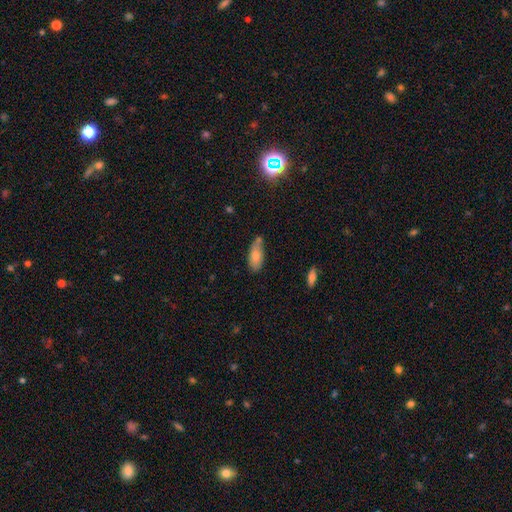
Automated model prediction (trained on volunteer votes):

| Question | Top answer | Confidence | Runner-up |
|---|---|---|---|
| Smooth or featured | smooth | 78% | featured or disk (14%) |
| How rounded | in between | 81% | cigar-shaped (17%) |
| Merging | none | 54% | minor disturbance (25%) |